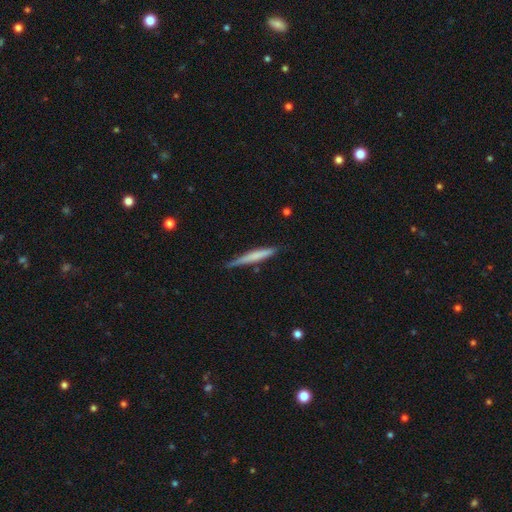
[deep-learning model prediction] Smooth or featured? Predicted: smooth (p=0.56). How rounded? Predicted: cigar-shaped (p=0.95). Merging? Predicted: none (p=0.80).